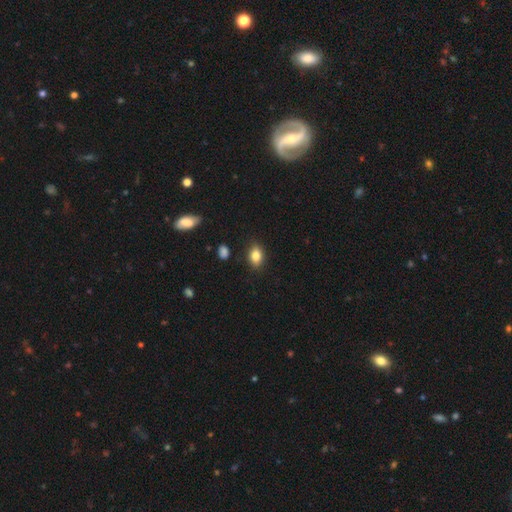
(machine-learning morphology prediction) Smooth or featured: smooth — 83% (star or artifact — 9%)
How rounded: in between — 79% (round — 18%)
Merging: none — 85% (minor disturbance — 11%)